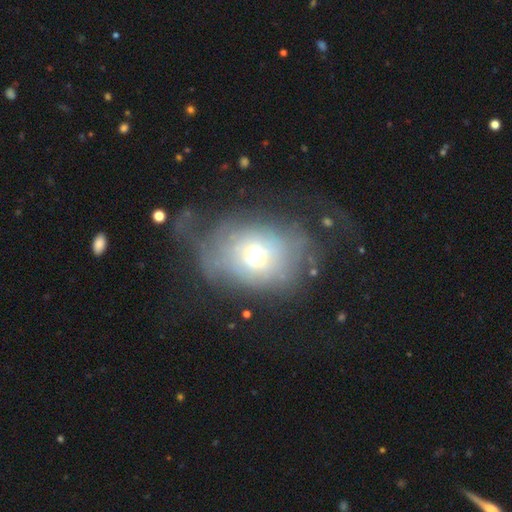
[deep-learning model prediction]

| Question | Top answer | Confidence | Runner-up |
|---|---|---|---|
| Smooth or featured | smooth | 53% | featured or disk (29%) |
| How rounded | round | 53% | in between (45%) |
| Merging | none | 41% | major disturbance (32%) |